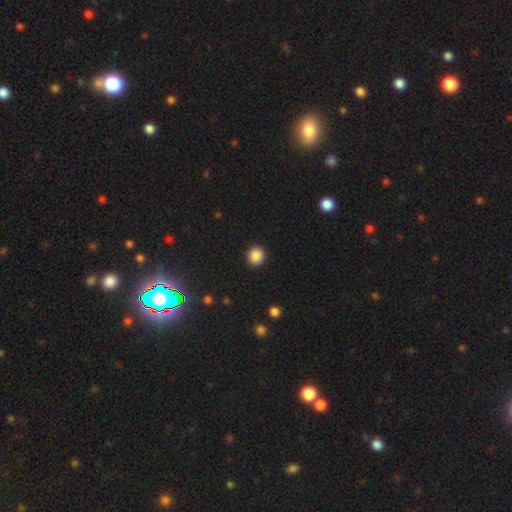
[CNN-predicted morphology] smooth_or_featured: smooth (p=0.88) [alt: star or artifact p=0.10]
how_rounded: round (p=0.88) [alt: in between p=0.11]
merging: none (p=0.92) [alt: minor disturbance p=0.05]